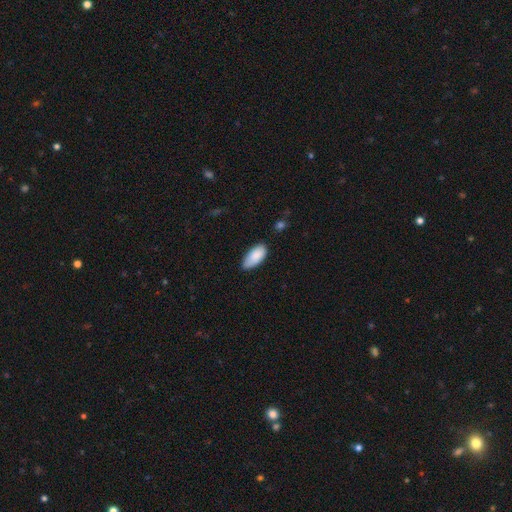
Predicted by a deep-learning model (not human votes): The model was most divided on "merging": none: 68%, minor disturbance: 27%, major disturbance: 4%, merger: 2%. More confident: how rounded — in between (91%); smooth or featured — smooth (87%).